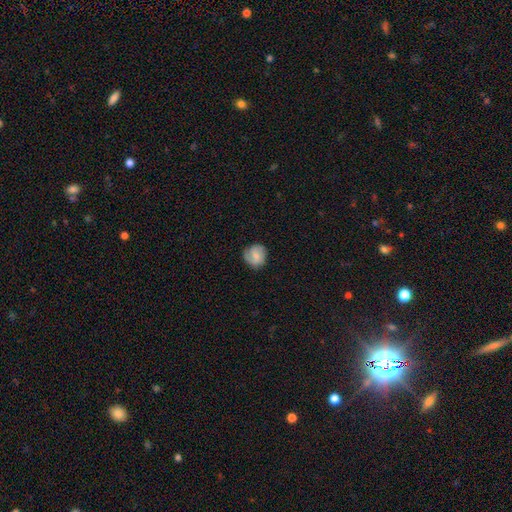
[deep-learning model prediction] smooth 54%, featured or disk 39%, star or artifact 8%. Down the decision tree: how rounded — round (84%); merging — none (74%).